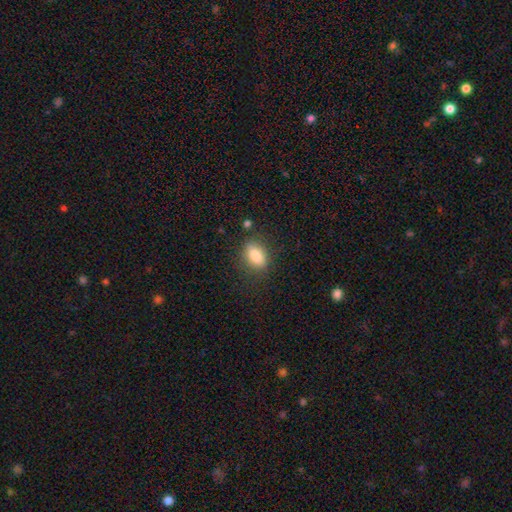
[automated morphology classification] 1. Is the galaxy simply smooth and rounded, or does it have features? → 83% smooth, 8% star or artifact, 8% featured or disk.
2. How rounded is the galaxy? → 83% in between, 13% round, 4% cigar-shaped.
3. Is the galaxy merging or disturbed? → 82% none, 13% minor disturbance, 4% major disturbance, 2% merger.